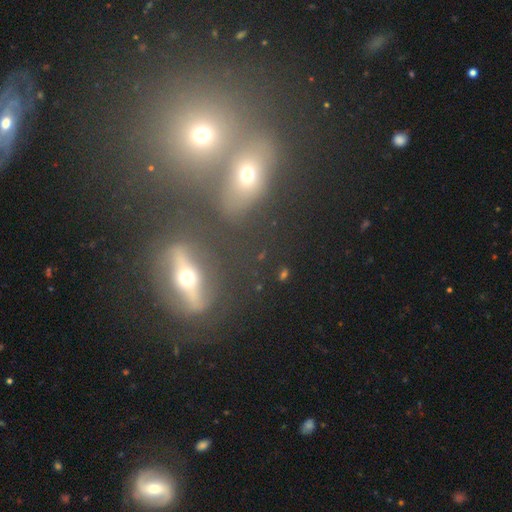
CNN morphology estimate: Smooth or featured: featured or disk — 44% (smooth — 33%)
Merging: none — 61% (merger — 20%)